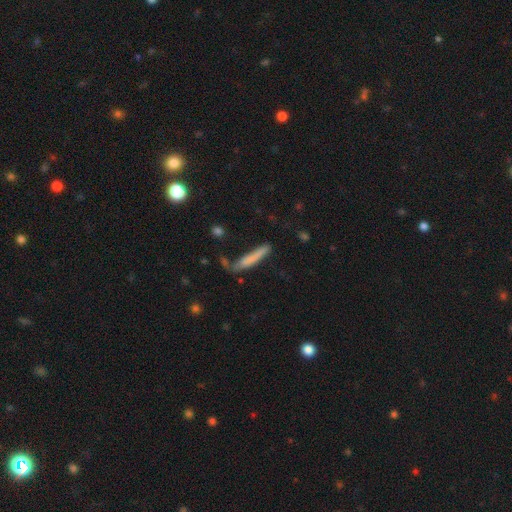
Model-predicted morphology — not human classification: Smooth or featured? Predicted: smooth (p=0.73). How rounded? Predicted: cigar-shaped (p=0.93). Merging? Predicted: none (p=0.62).